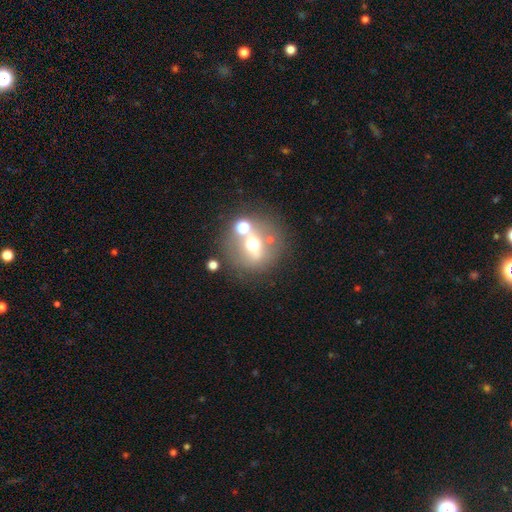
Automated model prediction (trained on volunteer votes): The model was most divided on "smooth or featured": smooth: 42%, featured or disk: 41%, star or artifact: 17%. More confident: merging — none (66%).